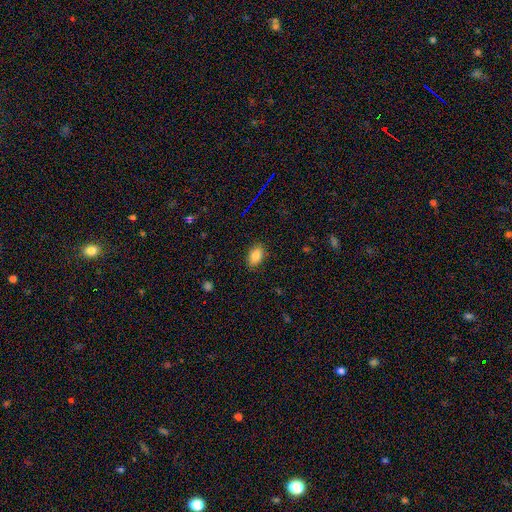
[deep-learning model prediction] A smooth galaxy with no disk features (84%) that is in between round and cigar-shaped (85%).

Vote fractions:
- Smooth or featured? smooth: 84% / star or artifact: 10% / featured or disk: 7%
- How rounded? in between: 85% / round: 14% / cigar-shaped: 1%
- Merging? none: 85% / minor disturbance: 12% / major disturbance: 3% / merger: 1%